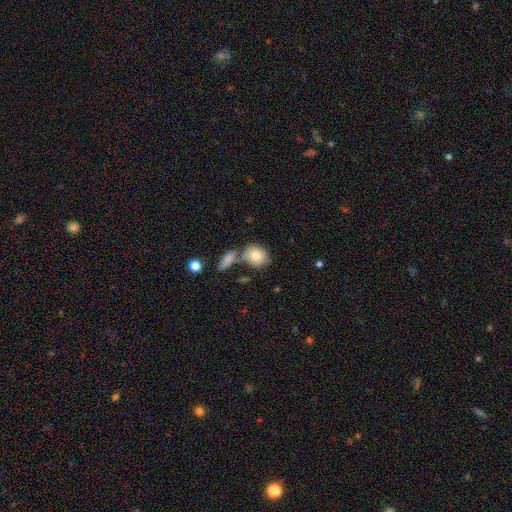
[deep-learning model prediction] This appears to be a smooth galaxy with no disk features (81%) that is round (62%). Merging: none (56%).